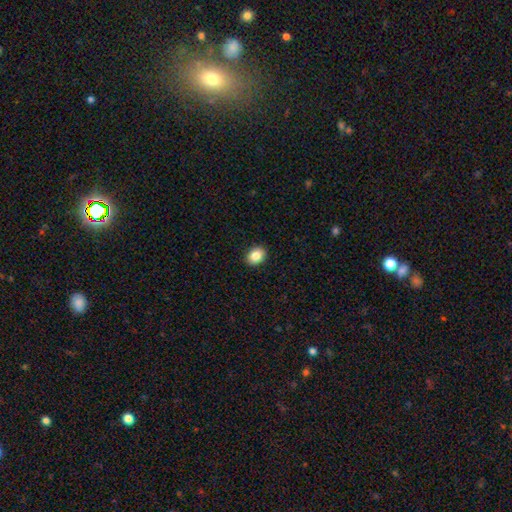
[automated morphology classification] A smooth galaxy with no disk features (86%) that is in between round and cigar-shaped (60%).

Vote fractions:
- Smooth or featured? smooth: 86% / star or artifact: 9% / featured or disk: 6%
- How rounded? in between: 60% / round: 40% / cigar-shaped: 1%
- Merging? none: 91% / minor disturbance: 6% / major disturbance: 2% / merger: 1%